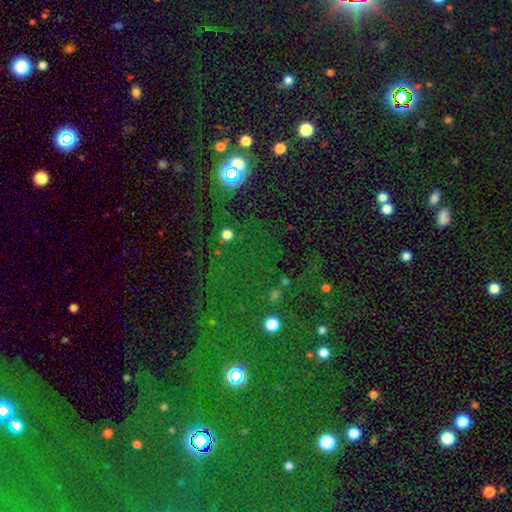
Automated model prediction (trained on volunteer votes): Smooth or featured? star or artifact (74%)